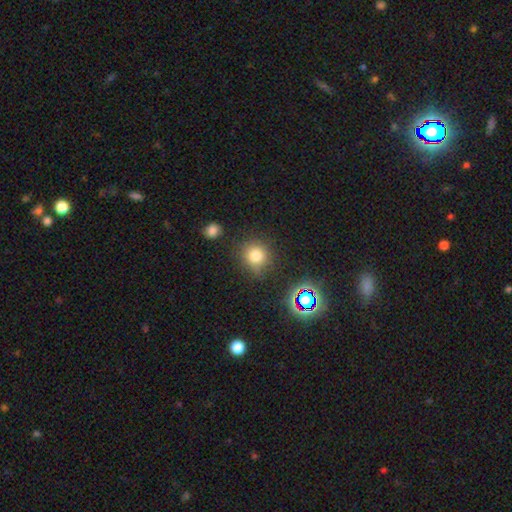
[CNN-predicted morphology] Smooth or featured: smooth — 76% (star or artifact — 17%)
How rounded: round — 89% (in between — 10%)
Merging: none — 80% (minor disturbance — 13%)